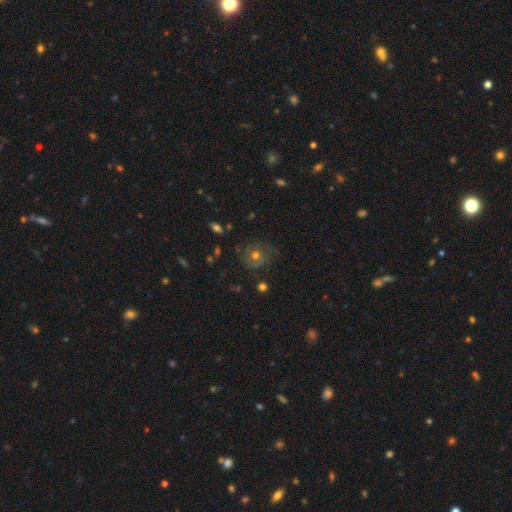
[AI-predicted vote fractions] Overall: featured or disk (45%; smooth 42%). Merging: none (68%).